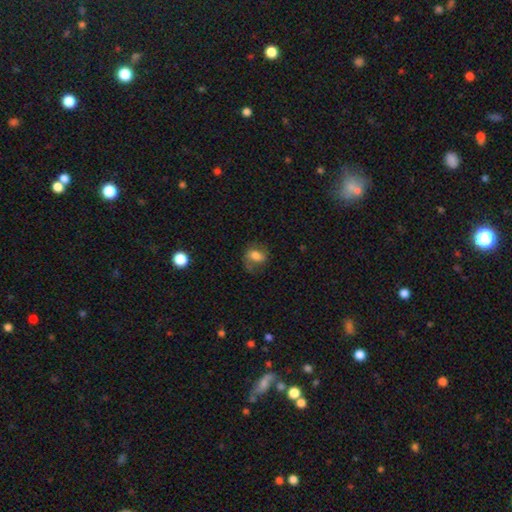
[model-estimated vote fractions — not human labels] A smooth galaxy with no disk features (56%) that is in between round and cigar-shaped (64%).

Vote fractions:
- Smooth or featured? smooth: 56% / featured or disk: 34% / star or artifact: 10%
- How rounded? in between: 64% / round: 34% / cigar-shaped: 2%
- Merging? none: 60% / minor disturbance: 23% / major disturbance: 15% / merger: 2%